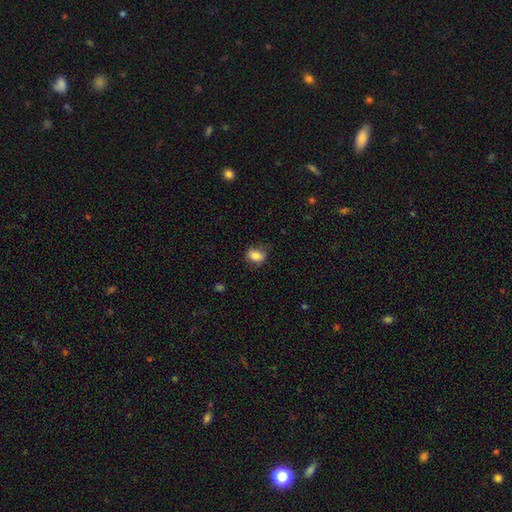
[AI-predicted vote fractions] This appears to be a smooth galaxy with no disk features (84%) that is in between round and cigar-shaped (64%). Merging: none (74%).